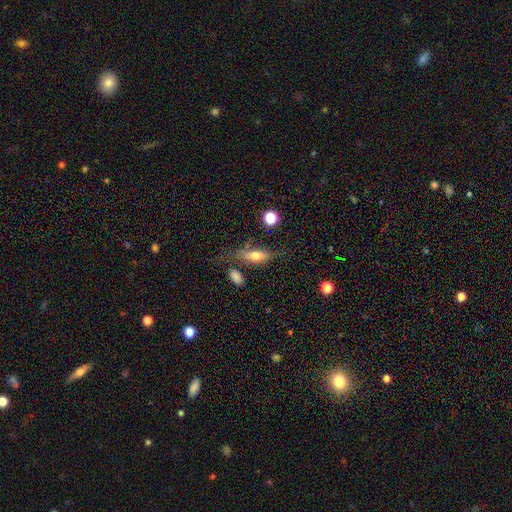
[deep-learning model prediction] Smooth or featured? Predicted: smooth (p=0.58). How rounded? Predicted: in between (p=0.57). Merging? Predicted: none (p=0.62).